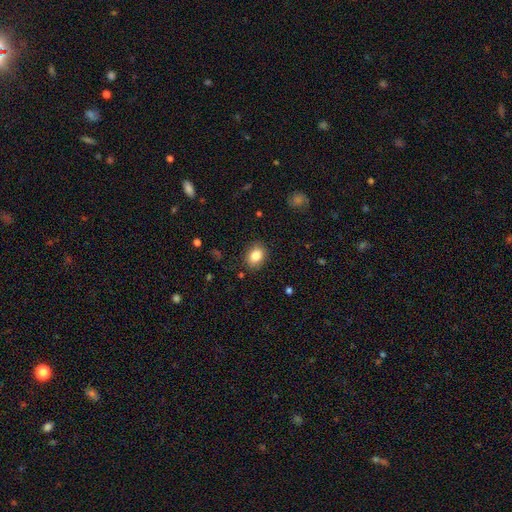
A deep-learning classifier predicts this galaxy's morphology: This is clearly a smooth galaxy (85%). How rounded: likely in between (63%). Merging: clearly none (86%).